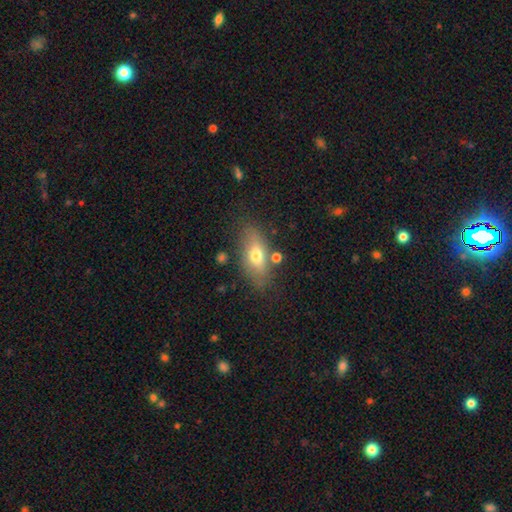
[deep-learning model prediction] smooth 64%, featured or disk 28%, star or artifact 8%. Down the decision tree: how rounded — in between (77%); merging — none (73%).